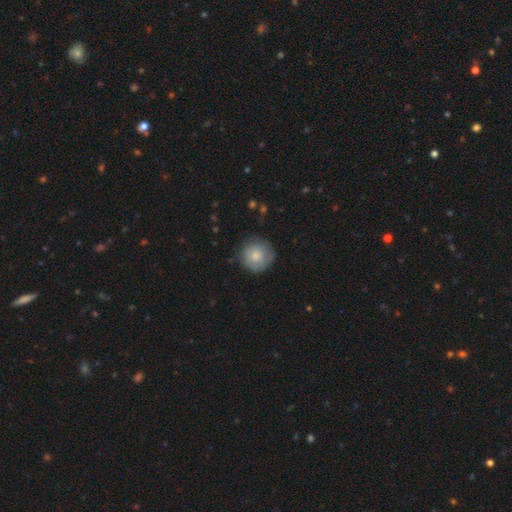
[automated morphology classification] A smooth galaxy with no disk features (78%) that is round (95%).

Vote fractions:
- Smooth or featured? smooth: 78% / featured or disk: 15% / star or artifact: 7%
- How rounded? round: 95% / in between: 4% / cigar-shaped: 1%
- Merging? none: 79% / minor disturbance: 16% / major disturbance: 4% / merger: 1%